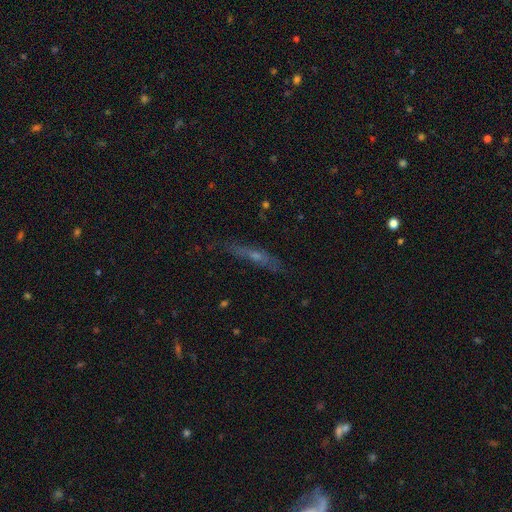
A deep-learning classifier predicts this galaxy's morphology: featured or disk 55%, smooth 31%, star or artifact 14%. Down the decision tree: edge-on disk — yes (80%); merging — none (74%).